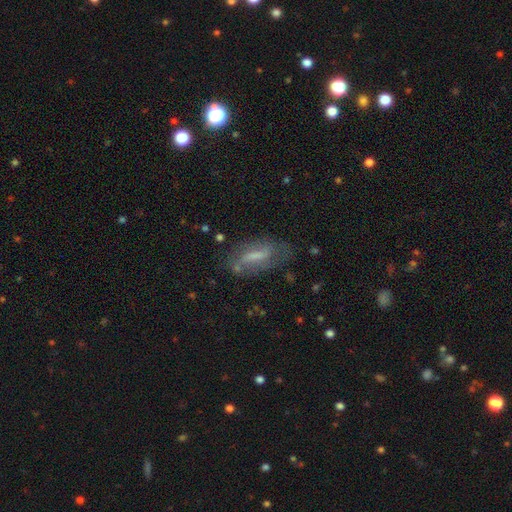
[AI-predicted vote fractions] Smooth or featured?
  - featured or disk: 50% *
  - smooth: 40%
  - star or artifact: 10%
Edge-on disk?
  - no: 80% *
  - yes: 20%
Merging?
  - none: 60% *
  - minor disturbance: 24%
  - major disturbance: 12%
  - merger: 4%